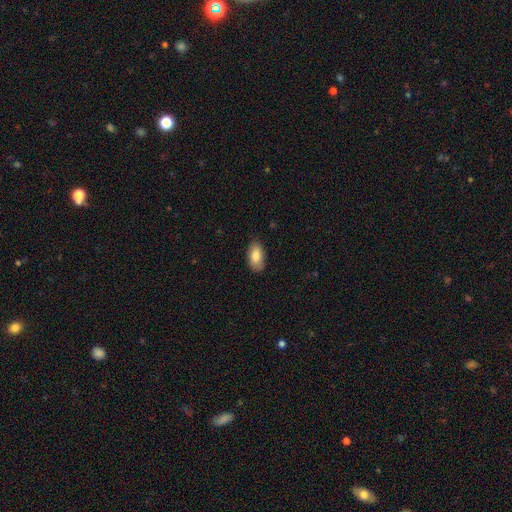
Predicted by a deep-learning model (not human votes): Q: Smooth or featured?
A: smooth (85%); runner-up: featured or disk (9%)
Q: How rounded?
A: in between (94%); runner-up: round (3%)
Q: Merging?
A: none (85%); runner-up: minor disturbance (12%)